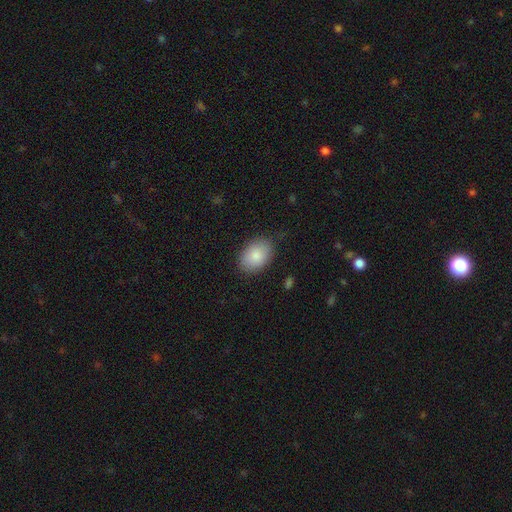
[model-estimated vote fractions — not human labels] This appears to be a smooth galaxy with no disk features (85%) that is in between round and cigar-shaped (85%). Merging: none (83%).